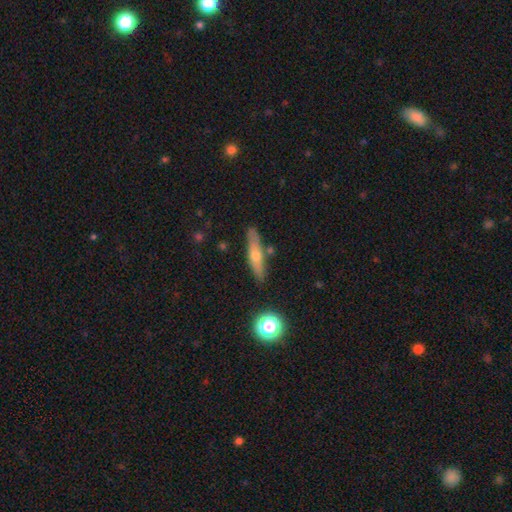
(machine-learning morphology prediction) This is possibly a smooth galaxy (47%). Merging: clearly none (83%).